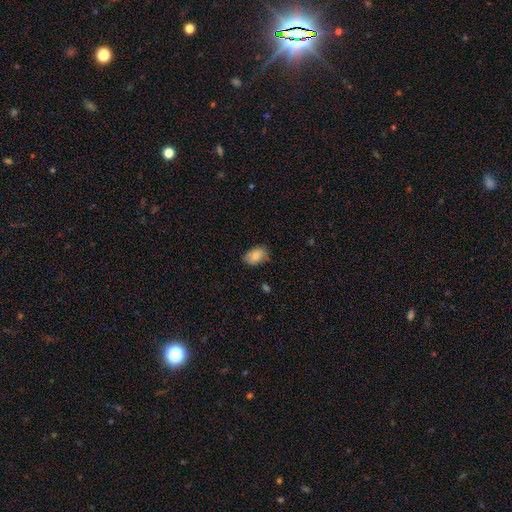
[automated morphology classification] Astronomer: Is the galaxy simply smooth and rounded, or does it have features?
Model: smooth — 83%.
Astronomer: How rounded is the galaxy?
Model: in between — 85%.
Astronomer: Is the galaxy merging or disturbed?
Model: none — 77%.